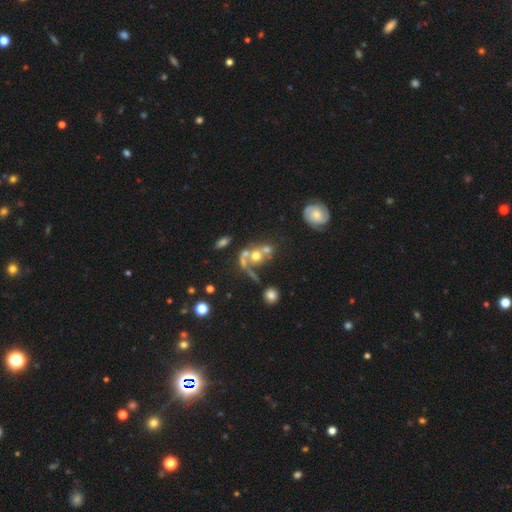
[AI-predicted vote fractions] featured or disk 44%, smooth 39%, star or artifact 17%. Down the decision tree: merging — merger (50%).